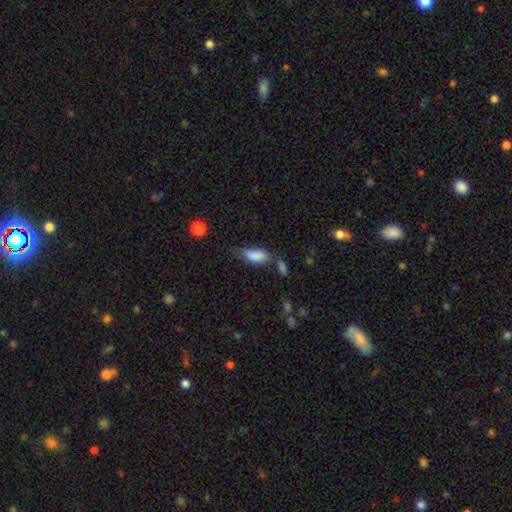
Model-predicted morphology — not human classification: Smooth or featured?
  - smooth: 85% *
  - star or artifact: 8%
  - featured or disk: 8%
How rounded?
  - in between: 88% *
  - cigar-shaped: 10%
  - round: 3%
Merging?
  - none: 44% *
  - minor disturbance: 28%
  - merger: 17%
  - major disturbance: 11%